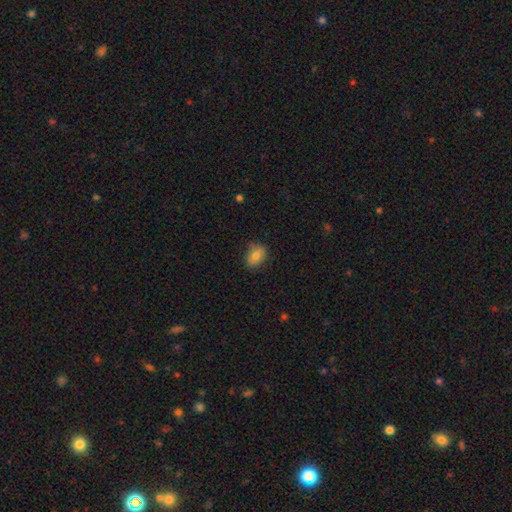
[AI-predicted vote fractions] Overall: smooth (81%). How rounded: in between (70%). Merging: none (76%).